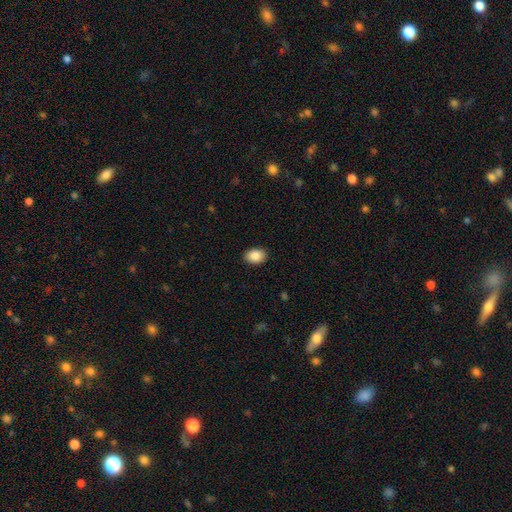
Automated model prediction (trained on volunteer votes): smooth_or_featured: smooth (p=0.89) [alt: star or artifact p=0.07]
how_rounded: in between (p=0.80) [alt: round p=0.19]
merging: none (p=0.89) [alt: minor disturbance p=0.08]